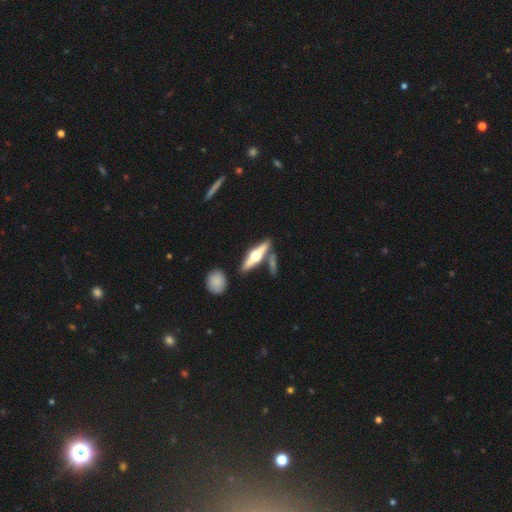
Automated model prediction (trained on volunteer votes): Smooth or featured: featured or disk — 66% (smooth — 29%)
Edge-on disk: yes — 95% (no — 5%)
Edge-on bulge: rounded — 95% (boxy — 3%)
Merging: none — 73% (merger — 13%)